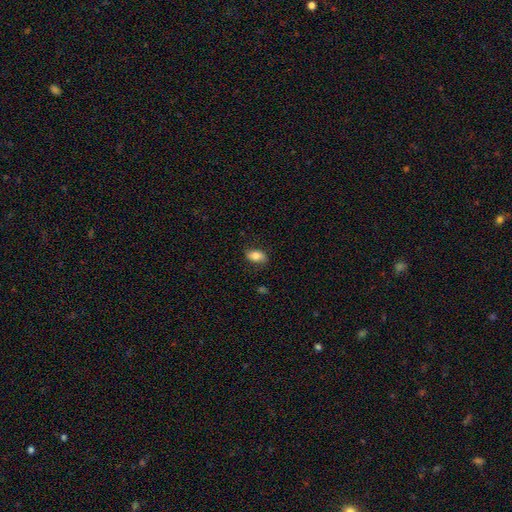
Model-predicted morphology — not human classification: Q: Smooth or featured?
A: smooth (77%); runner-up: featured or disk (15%)
Q: How rounded?
A: in between (89%); runner-up: round (8%)
Q: Merging?
A: none (76%); runner-up: minor disturbance (18%)